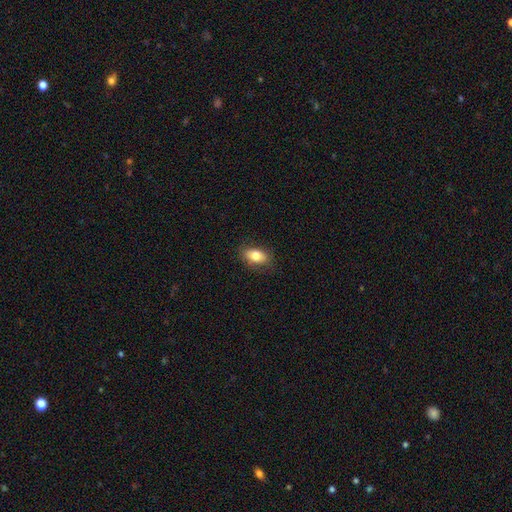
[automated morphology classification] smooth-or-featured: smooth: 79% | featured or disk: 13% | star or artifact: 8%
  how-rounded: in between: 87% | round: 9% | cigar-shaped: 4%
  merging: none: 82% | minor disturbance: 13% | major disturbance: 3% | merger: 1%